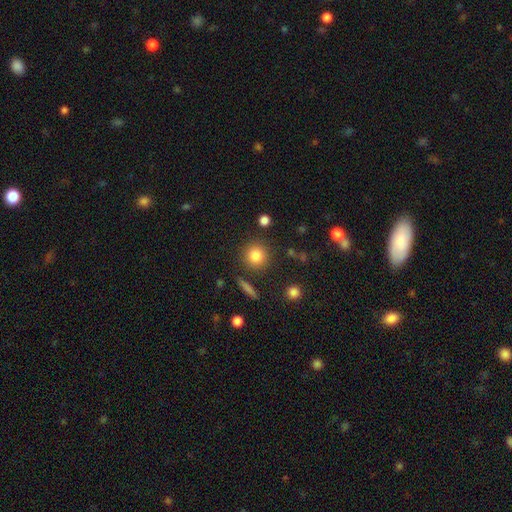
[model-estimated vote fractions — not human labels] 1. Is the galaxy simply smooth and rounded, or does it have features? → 83% smooth, 10% star or artifact, 7% featured or disk.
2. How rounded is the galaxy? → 92% round, 7% in between, 1% cigar-shaped.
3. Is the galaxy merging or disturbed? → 86% none, 7% minor disturbance, 3% merger, 3% major disturbance.